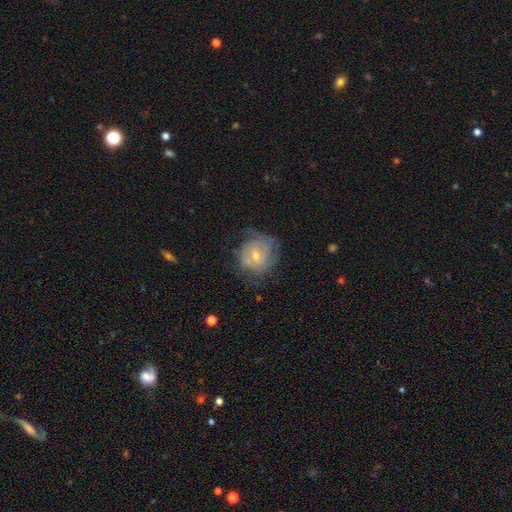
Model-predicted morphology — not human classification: featured or disk 55%, smooth 35%, star or artifact 10%. Down the decision tree: edge-on disk — no (97%); bar — no (74%); spiral arms — yes (70%); bulge size — small (52%); merging — none (60%).